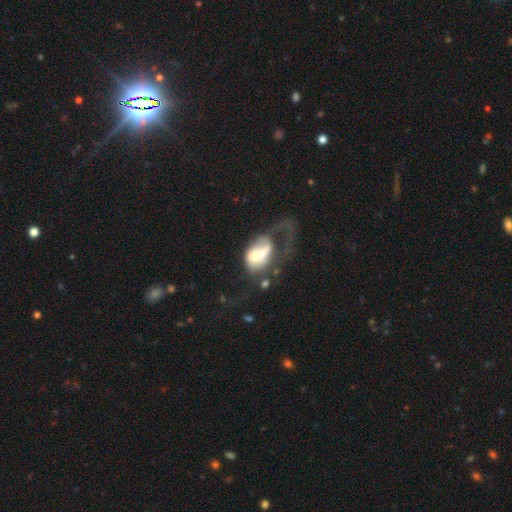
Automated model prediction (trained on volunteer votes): Smooth or featured: featured or disk — 47% (smooth — 44%)
Merging: major disturbance — 47% (merger — 33%)